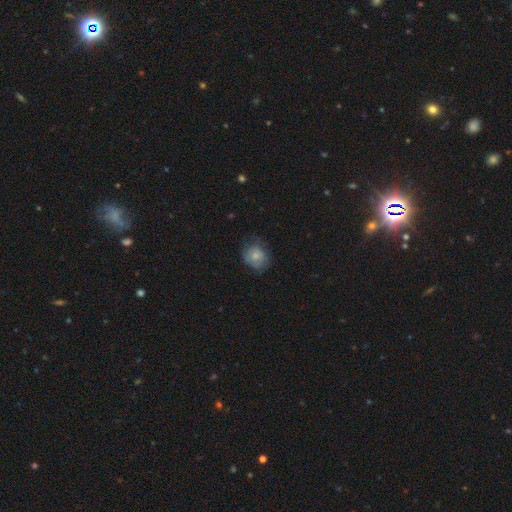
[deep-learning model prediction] Smooth or featured: smooth — 72% (featured or disk — 20%)
How rounded: round — 68% (in between — 31%)
Merging: none — 63% (minor disturbance — 26%)